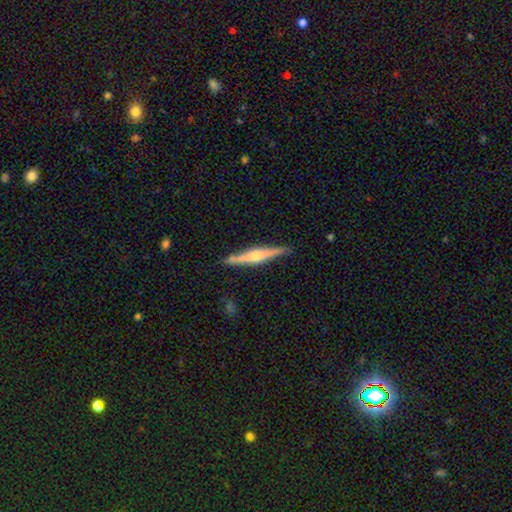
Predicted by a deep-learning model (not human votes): smooth-or-featured: featured or disk: 73% | smooth: 22% | star or artifact: 5%
  disk-edge-on: yes: 98% | no: 2%
    edge-on-bulge: rounded: 87% | boxy: 8% | none: 5%
  merging: none: 88% | minor disturbance: 9% | major disturbance: 2% | merger: 2%